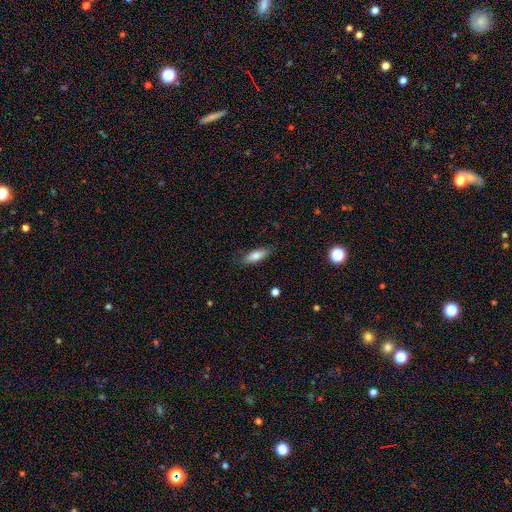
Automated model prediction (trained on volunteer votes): Smooth or featured: smooth — 79% (featured or disk — 14%)
How rounded: in between — 60% (cigar-shaped — 38%)
Merging: none — 84% (minor disturbance — 13%)